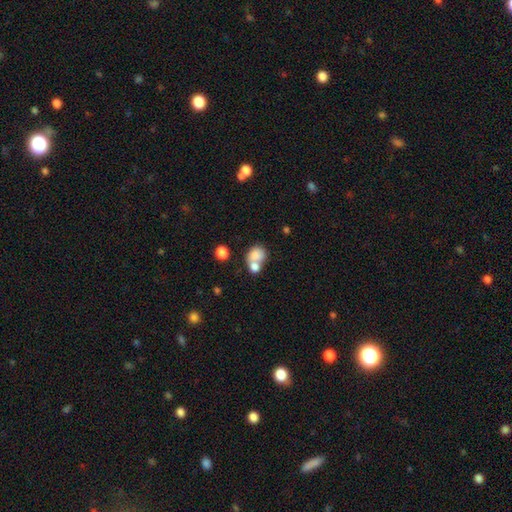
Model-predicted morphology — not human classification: This is likely a smooth galaxy (78%). How rounded: likely round (61%). Merging: possibly merger (58%).